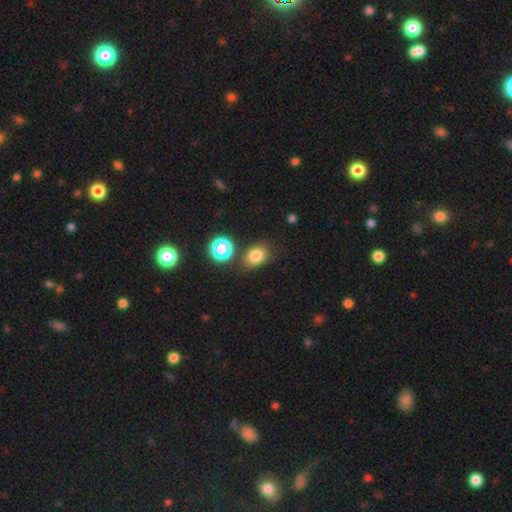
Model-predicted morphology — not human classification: smooth_or_featured: smooth (p=0.75) [alt: star or artifact p=0.18]
how_rounded: in between (p=0.61) [alt: round p=0.38]
merging: none (p=0.77) [alt: minor disturbance p=0.13]